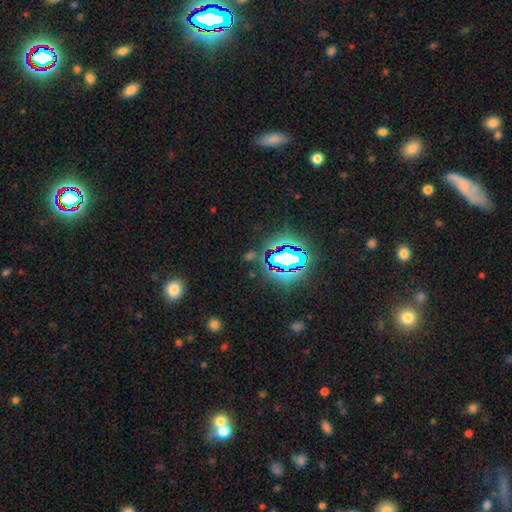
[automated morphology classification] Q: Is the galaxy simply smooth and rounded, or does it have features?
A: star or artifact — 70%.